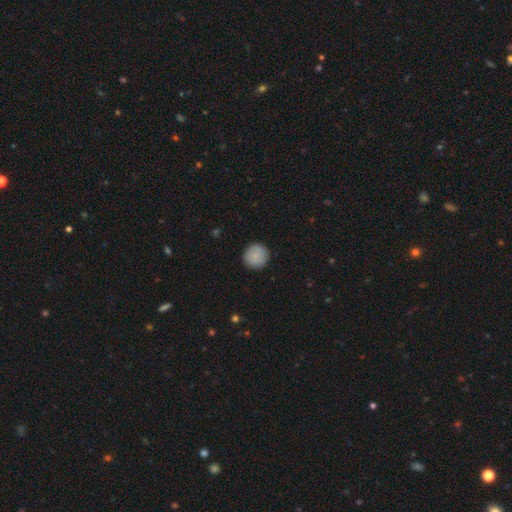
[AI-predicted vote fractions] Overall: smooth (87%). How rounded: round (95%). Merging: none (91%).